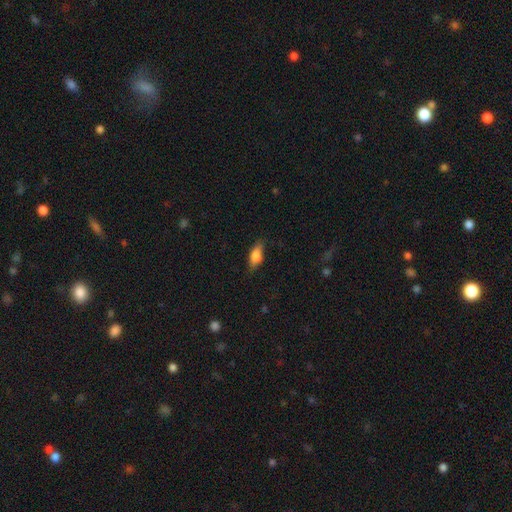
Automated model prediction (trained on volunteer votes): This is likely a smooth galaxy (73%). How rounded: likely in between (77%). Merging: likely none (76%).